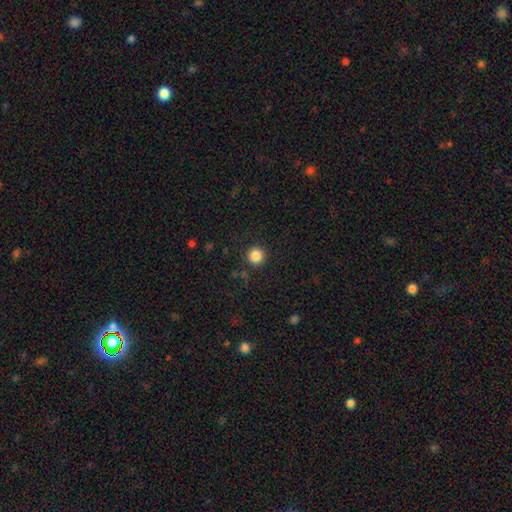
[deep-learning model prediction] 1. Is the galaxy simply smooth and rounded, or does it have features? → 86% smooth, 11% star or artifact, 4% featured or disk.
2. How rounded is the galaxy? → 96% round, 4% in between, 1% cigar-shaped.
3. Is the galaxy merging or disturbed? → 91% none, 6% minor disturbance, 2% major disturbance, 1% merger.